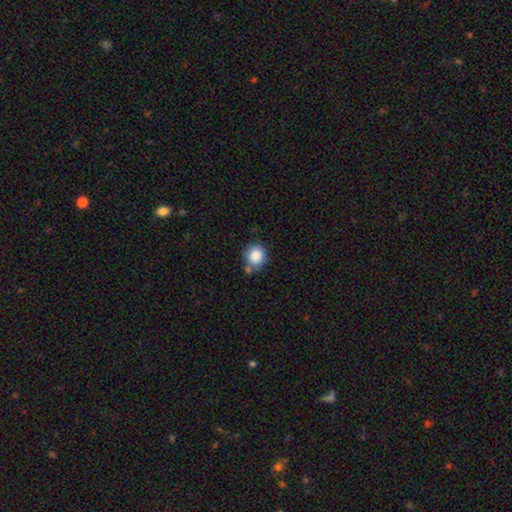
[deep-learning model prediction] A smooth galaxy with no disk features (86%) that is round (83%). Merging: none (68%).